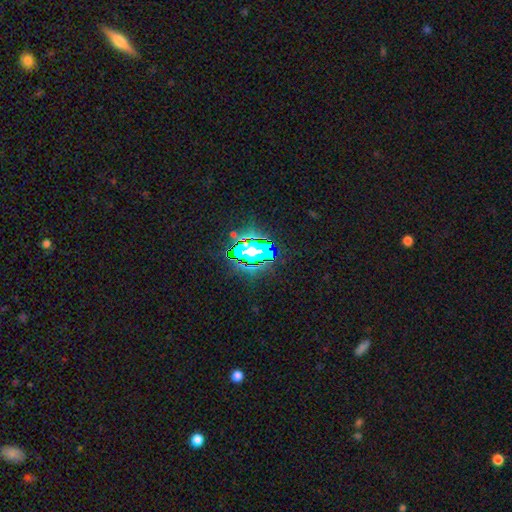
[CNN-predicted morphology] type=star or artifact (58%).